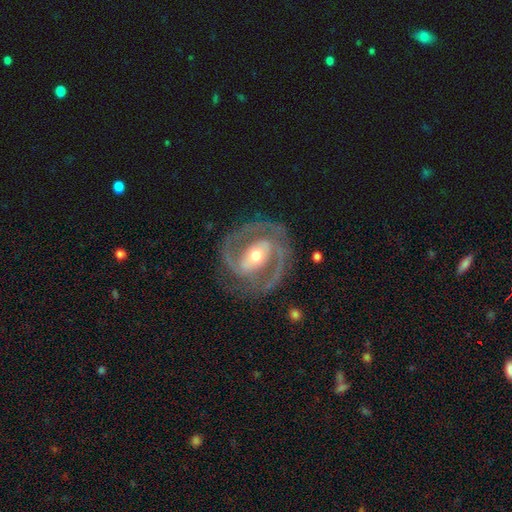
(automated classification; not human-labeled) This appears to be a featured or disk galaxy (89%) with a strong bar (47%), 2 (88%) medium (51%) spiral arms (93%) and a moderate central bulge (68%). Merging: none (79%).